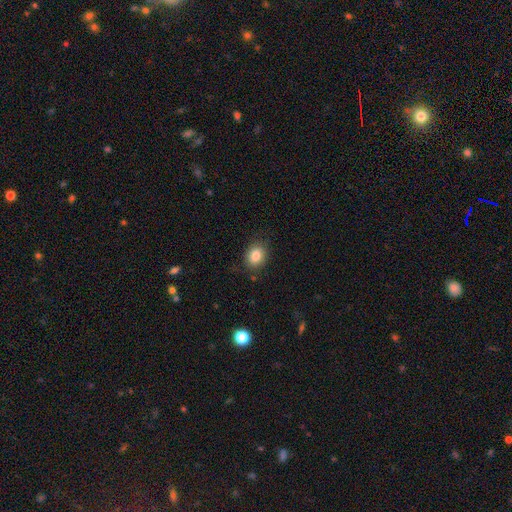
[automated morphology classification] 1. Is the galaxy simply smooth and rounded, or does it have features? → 83% smooth, 10% star or artifact, 7% featured or disk.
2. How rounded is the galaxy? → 50% in between, 49% round, 1% cigar-shaped.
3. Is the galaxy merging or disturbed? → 84% none, 12% minor disturbance, 3% major disturbance, 1% merger.